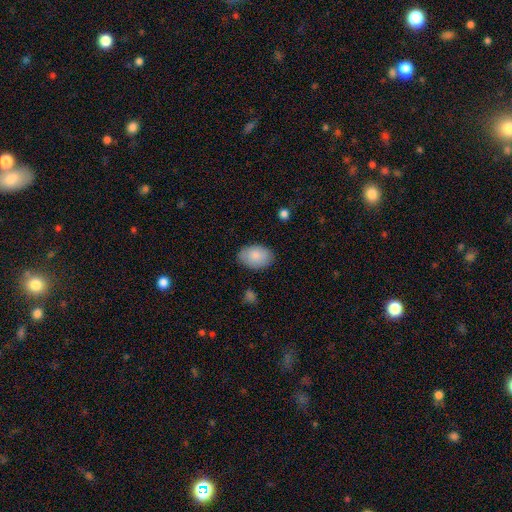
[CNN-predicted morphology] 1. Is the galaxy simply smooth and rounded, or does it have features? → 85% smooth, 9% featured or disk, 6% star or artifact.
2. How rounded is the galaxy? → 88% in between, 11% round, 1% cigar-shaped.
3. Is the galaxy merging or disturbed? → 83% none, 13% minor disturbance, 3% major disturbance, 1% merger.